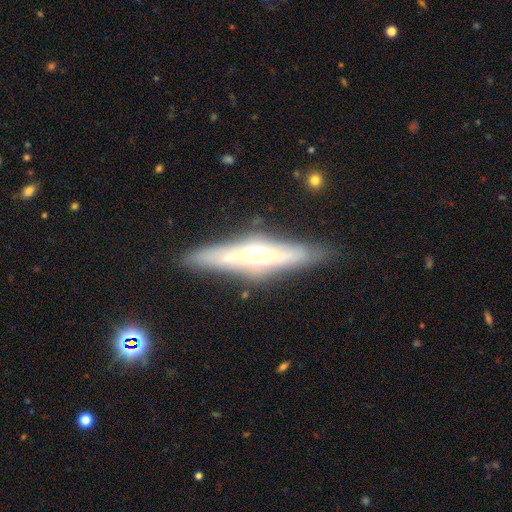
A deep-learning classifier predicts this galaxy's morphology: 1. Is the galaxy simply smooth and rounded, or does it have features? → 70% featured or disk, 23% smooth, 6% star or artifact.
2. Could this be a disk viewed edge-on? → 81% yes, 19% no.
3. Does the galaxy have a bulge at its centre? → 69% rounded, 18% boxy, 14% none.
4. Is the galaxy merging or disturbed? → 78% none, 15% minor disturbance, 4% major disturbance, 2% merger.